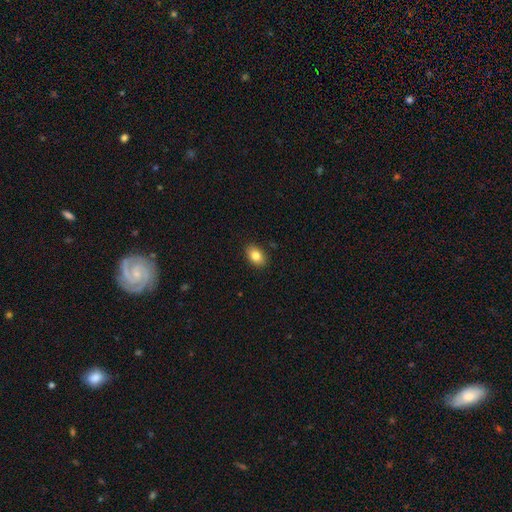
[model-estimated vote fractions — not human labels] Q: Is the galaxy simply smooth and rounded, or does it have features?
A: smooth — 84%.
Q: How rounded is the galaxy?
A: in between — 85%.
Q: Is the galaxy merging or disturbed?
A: none — 89%.